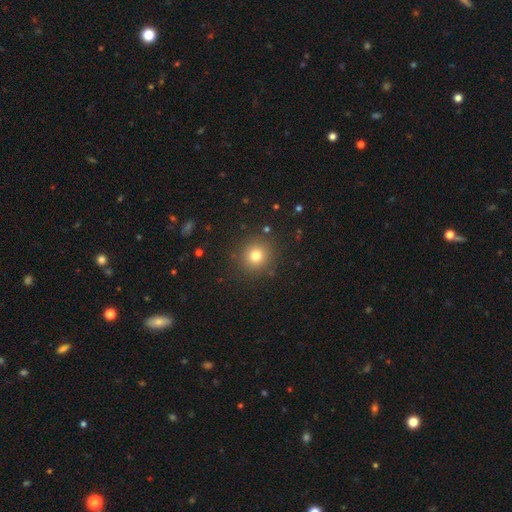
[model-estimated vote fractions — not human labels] Q: Smooth or featured?
A: smooth (78%); runner-up: star or artifact (15%)
Q: How rounded?
A: round (93%); runner-up: in between (6%)
Q: Merging?
A: none (89%); runner-up: minor disturbance (7%)